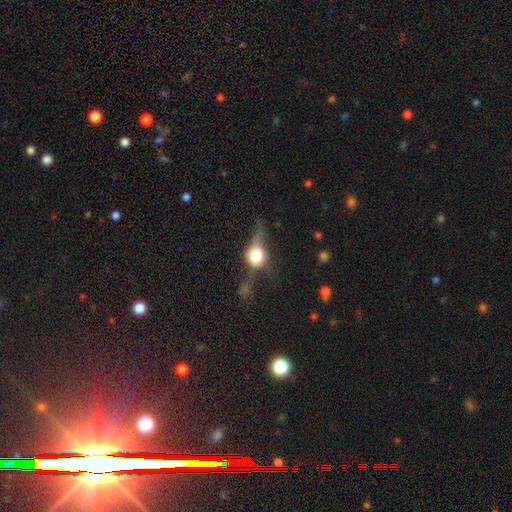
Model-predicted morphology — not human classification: Smooth or featured? Predicted: featured or disk (p=0.49). Merging? Predicted: none (p=0.42).